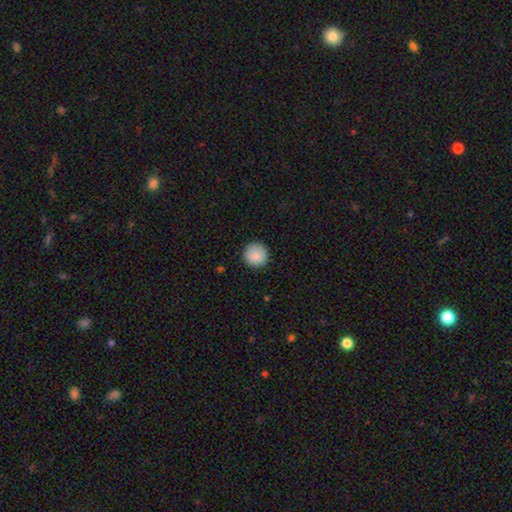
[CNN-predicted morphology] This appears to be a smooth galaxy with no disk features (88%) that is round (95%). Merging: none (89%).